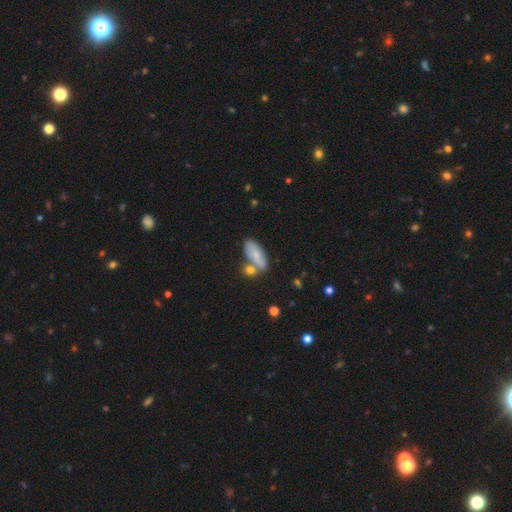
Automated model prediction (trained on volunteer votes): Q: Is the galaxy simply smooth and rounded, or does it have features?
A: smooth — 70%.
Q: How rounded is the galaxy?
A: in between — 83%.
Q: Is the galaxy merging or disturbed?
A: none — 53%.